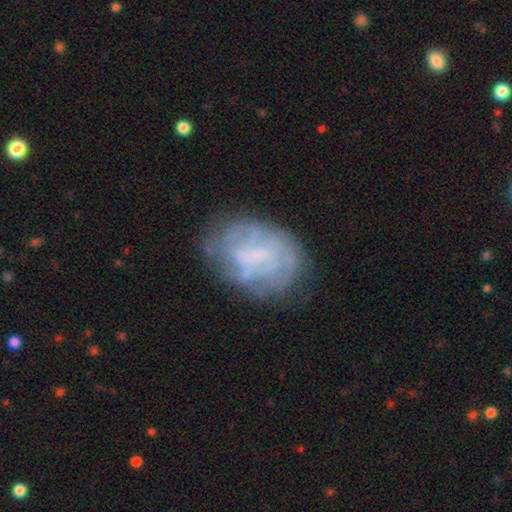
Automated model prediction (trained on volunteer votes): Morphology: type=featured or disk (64%); edge-on=no (97%); bar=no (52%); spiral arms=yes (58%); bulge=none (56%); merging=none (64%).